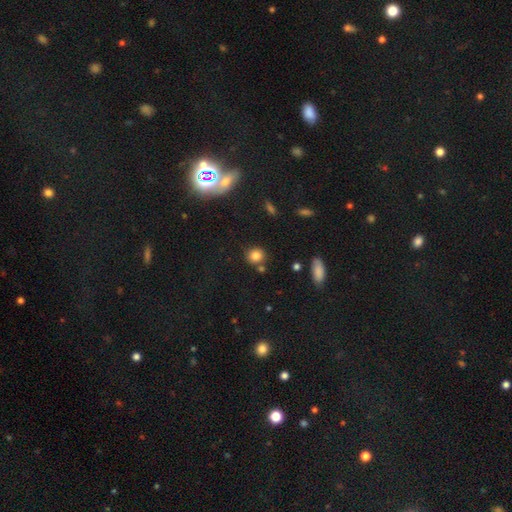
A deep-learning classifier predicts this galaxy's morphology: smooth-or-featured: smooth: 80% | star or artifact: 13% | featured or disk: 7%
  how-rounded: round: 83% | in between: 16% | cigar-shaped: 1%
  merging: none: 76% | merger: 10% | minor disturbance: 10% | major disturbance: 3%